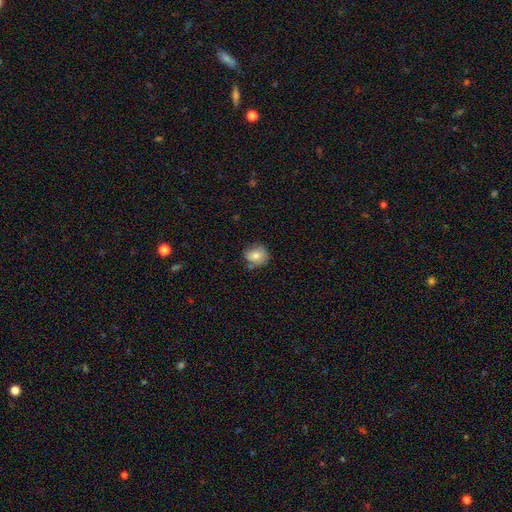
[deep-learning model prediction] smooth 79%, featured or disk 12%, star or artifact 9%. Down the decision tree: how rounded — round (75%); merging — none (73%).